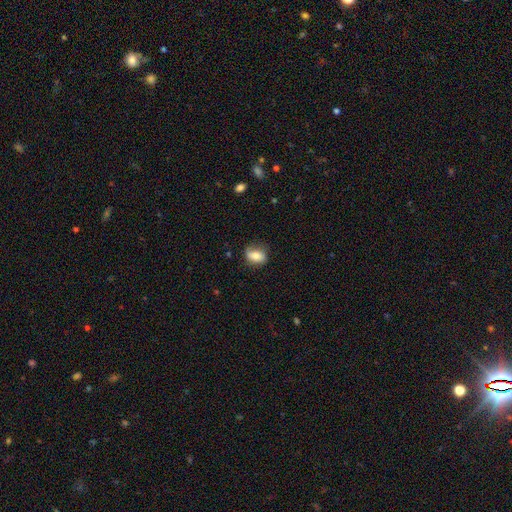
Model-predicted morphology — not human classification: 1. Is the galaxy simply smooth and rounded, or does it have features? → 72% smooth, 20% featured or disk, 8% star or artifact.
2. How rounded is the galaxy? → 76% in between, 22% round, 3% cigar-shaped.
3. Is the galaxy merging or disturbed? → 69% none, 23% minor disturbance, 6% major disturbance, 1% merger.